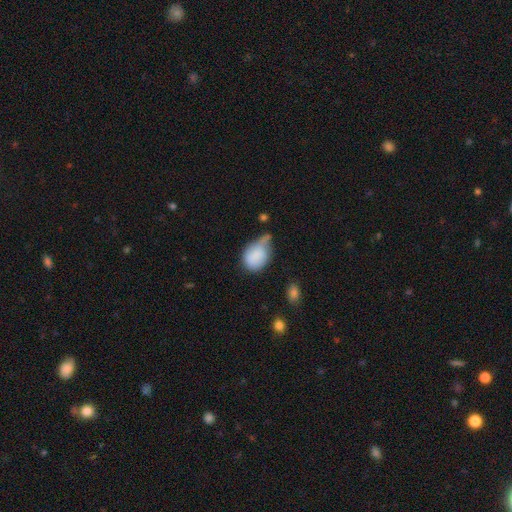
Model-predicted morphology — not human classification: The model was most divided on "merging": minor disturbance: 44%, major disturbance: 26%, none: 22%, merger: 9%. More confident: smooth or featured — smooth (80%); how rounded — in between (69%).